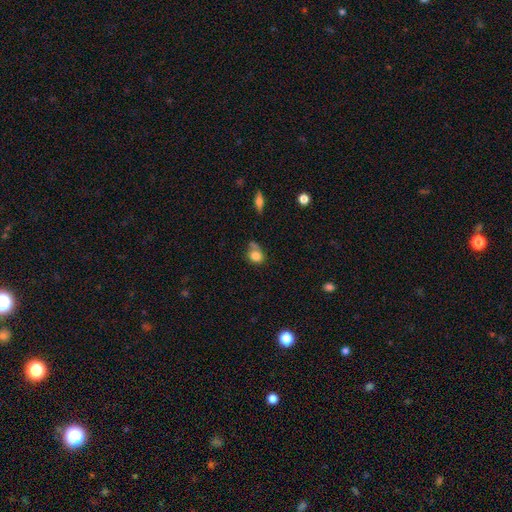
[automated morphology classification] Smooth or featured? Predicted: smooth (p=0.80). How rounded? Predicted: round (p=0.62). Merging? Predicted: none (p=0.49).